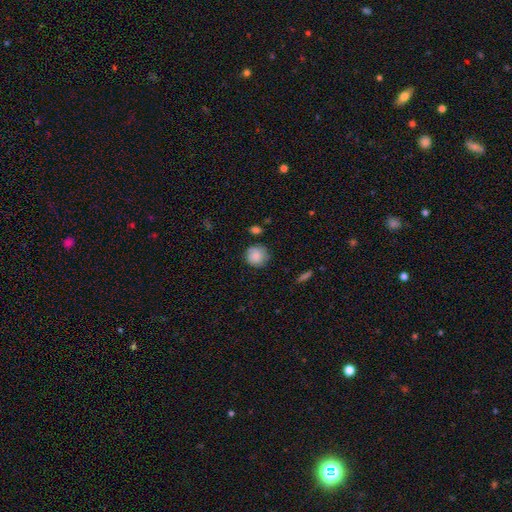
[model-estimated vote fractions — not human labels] This is clearly a smooth galaxy (82%). How rounded: clearly round (91%). Merging: likely none (75%).